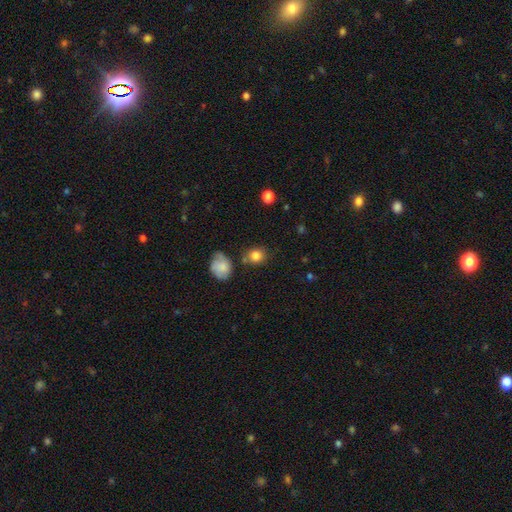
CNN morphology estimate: This appears to be a smooth galaxy with no disk features (83%) that is round (75%). Merging: none (70%).